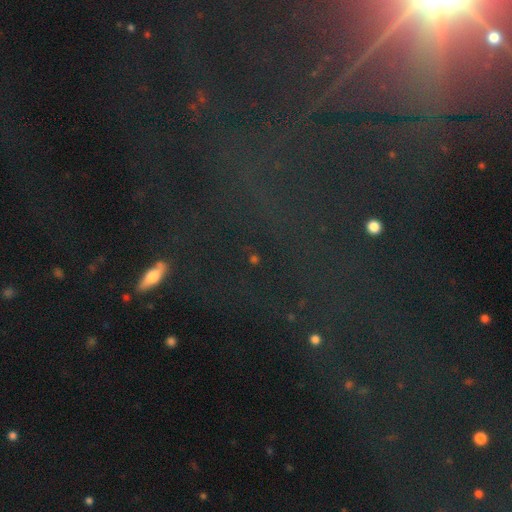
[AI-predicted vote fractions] Smooth or featured: star or artifact — 72% (featured or disk — 14%)